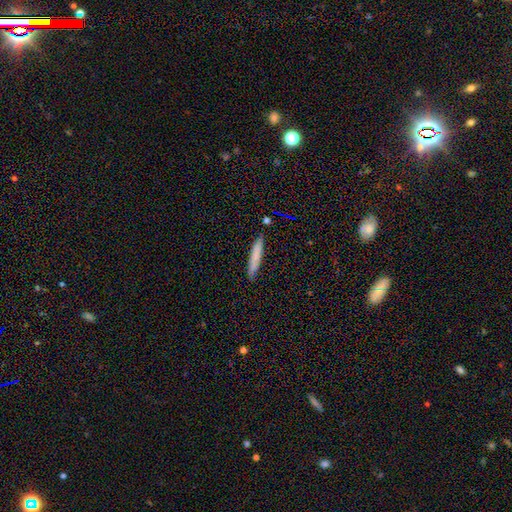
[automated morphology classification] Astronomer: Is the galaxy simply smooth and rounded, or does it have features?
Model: smooth — 74%.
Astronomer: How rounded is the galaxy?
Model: cigar-shaped — 92%.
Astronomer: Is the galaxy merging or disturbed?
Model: none — 85%.